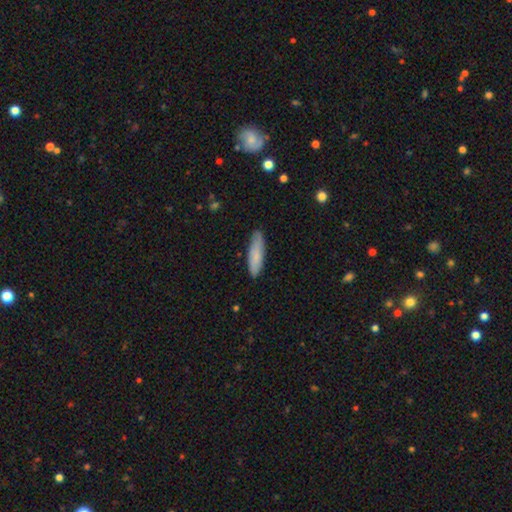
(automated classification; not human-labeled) Smooth or featured? smooth (81%)
How rounded? cigar-shaped (66%)
Merging? none (84%)